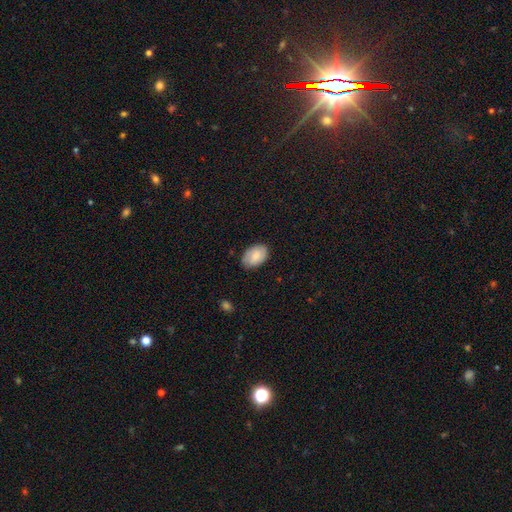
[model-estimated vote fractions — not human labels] smooth-or-featured: smooth: 81% | featured or disk: 12% | star or artifact: 7%
  how-rounded: in between: 90% | round: 9% | cigar-shaped: 1%
  merging: none: 78% | minor disturbance: 18% | major disturbance: 3% | merger: 1%